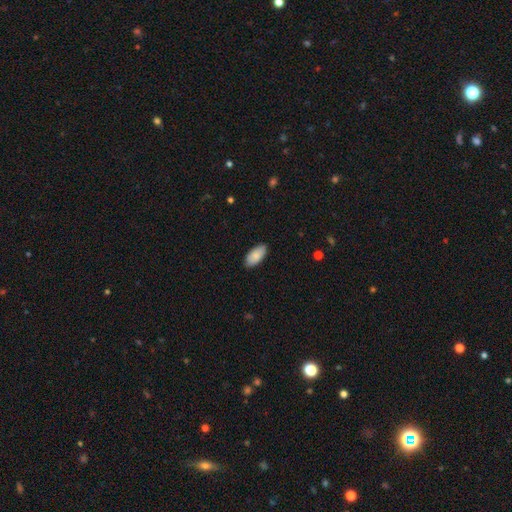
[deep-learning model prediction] smooth_or_featured: smooth (p=0.87) [alt: featured or disk p=0.07]
how_rounded: in between (p=0.93) [alt: cigar-shaped p=0.05]
merging: none (p=0.87) [alt: minor disturbance p=0.10]